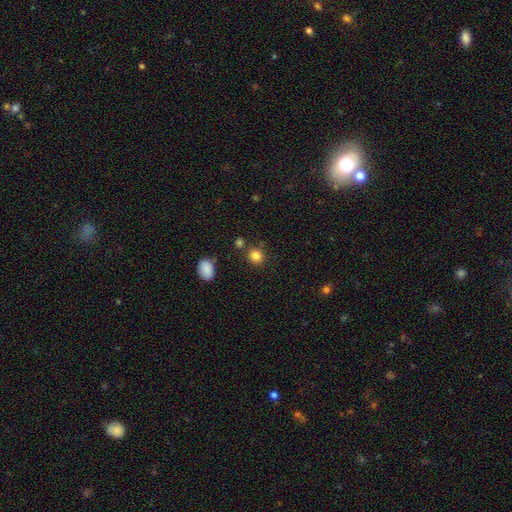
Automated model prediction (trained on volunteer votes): Morphology: type=smooth (83%); roundness=round (86%); merging=none (82%).